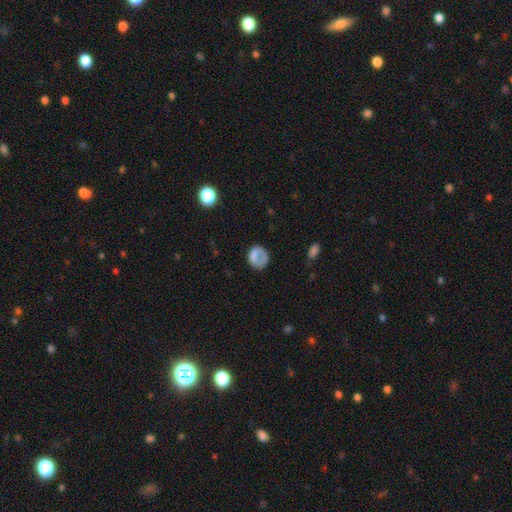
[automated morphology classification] type=smooth (66%); roundness=round (67%); merging=none (56%).